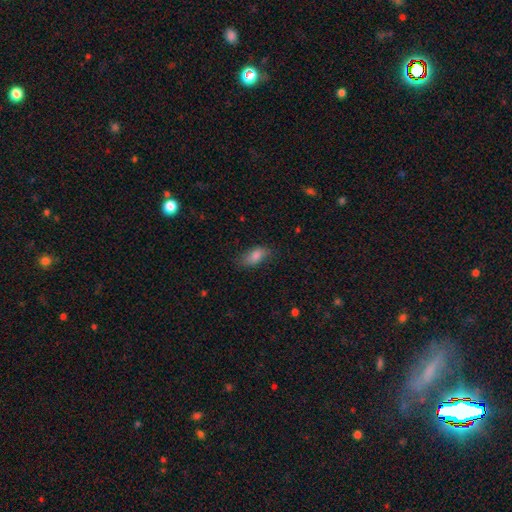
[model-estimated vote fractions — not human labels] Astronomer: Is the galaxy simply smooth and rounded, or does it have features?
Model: smooth — 82%.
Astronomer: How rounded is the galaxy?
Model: in between — 87%.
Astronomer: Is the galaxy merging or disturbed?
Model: none — 74%.